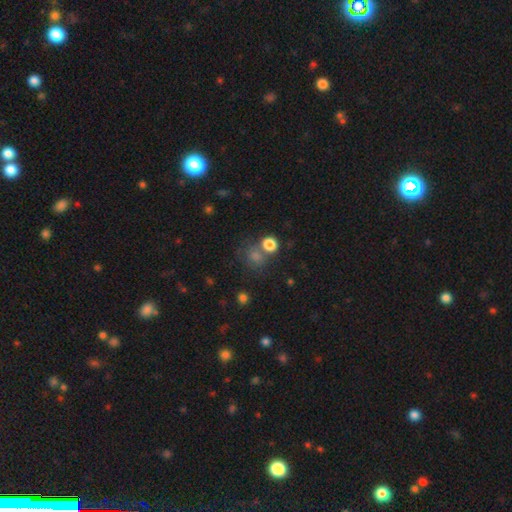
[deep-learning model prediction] Overall: smooth (61%; star or artifact 31%). How rounded: round (79%). Merging: none (64%).